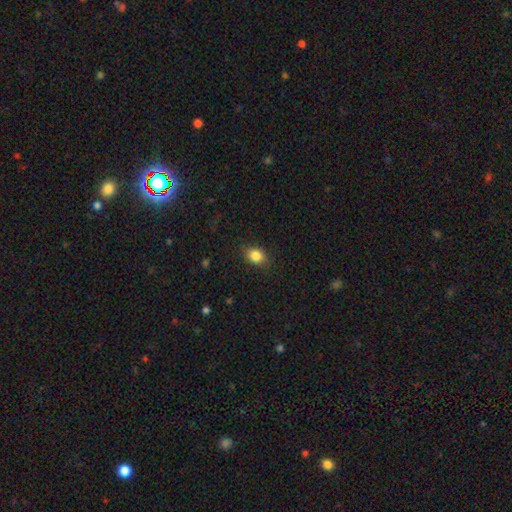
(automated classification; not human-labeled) A smooth galaxy with no disk features (85%) that is in between round and cigar-shaped (62%).

Vote fractions:
- Smooth or featured? smooth: 85% / star or artifact: 9% / featured or disk: 5%
- How rounded? in between: 62% / round: 37% / cigar-shaped: 1%
- Merging? none: 86% / minor disturbance: 11% / major disturbance: 3% / merger: 1%